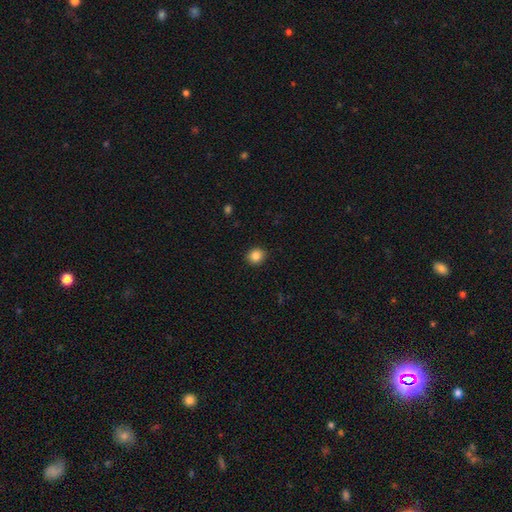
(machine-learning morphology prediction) type=smooth (86%); roundness=round (83%); merging=none (91%).